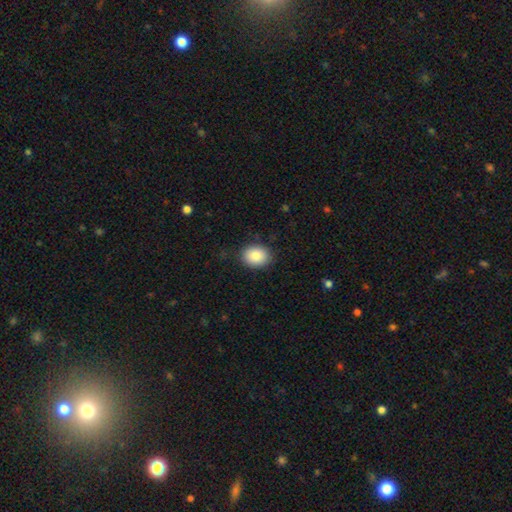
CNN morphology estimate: Smooth or featured? smooth (87%)
How rounded? in between (56%)
Merging? none (86%)